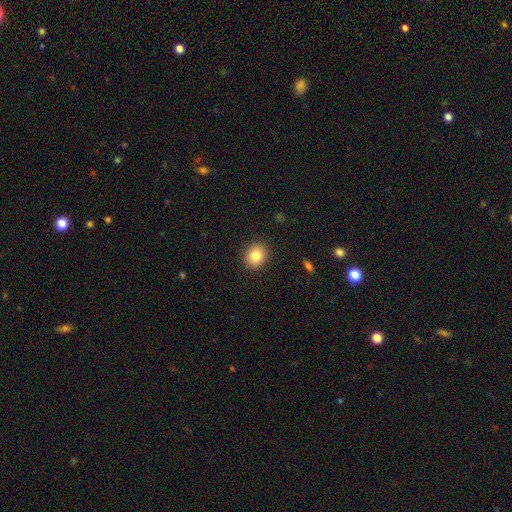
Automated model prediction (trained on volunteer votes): A smooth galaxy with no disk features (84%) that is round (66%).

Vote fractions:
- Smooth or featured? smooth: 84% / star or artifact: 9% / featured or disk: 7%
- How rounded? round: 66% / in between: 33% / cigar-shaped: 1%
- Merging? none: 91% / minor disturbance: 6% / major disturbance: 2% / merger: 1%